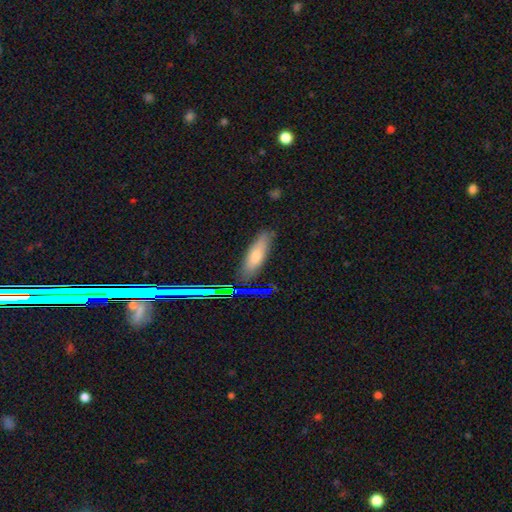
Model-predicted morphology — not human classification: Q: Smooth or featured?
A: smooth (65%); runner-up: featured or disk (22%)
Q: How rounded?
A: in between (50%); runner-up: cigar-shaped (47%)
Q: Merging?
A: none (80%); runner-up: minor disturbance (15%)